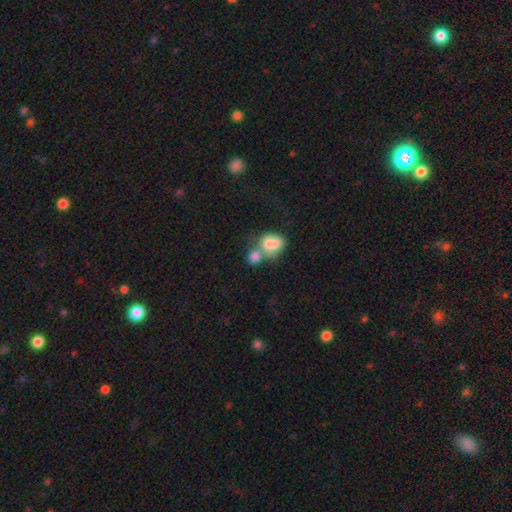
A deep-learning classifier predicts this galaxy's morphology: This appears to be a smooth galaxy with no disk features (77%) that is in between round and cigar-shaped (55%). Merging: merger (65%).